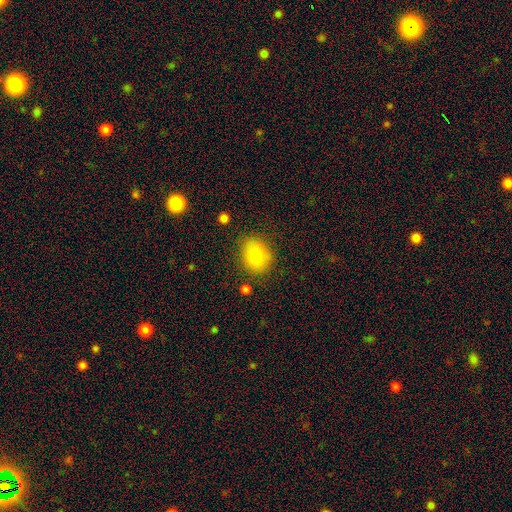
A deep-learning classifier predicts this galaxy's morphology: Smooth or featured? smooth (81%)
How rounded? round (63%)
Merging? none (81%)